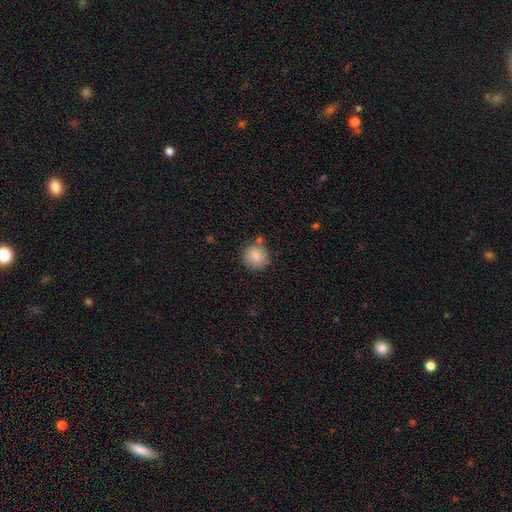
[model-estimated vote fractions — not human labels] The model was most divided on "merging": none: 75%, minor disturbance: 14%, merger: 7%, major disturbance: 4%. More confident: how rounded — round (88%); smooth or featured — smooth (86%).